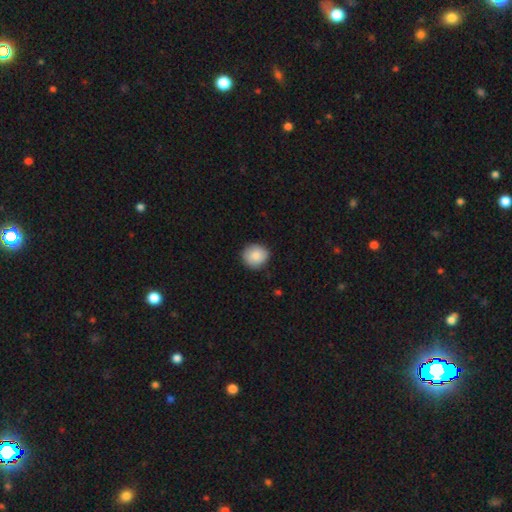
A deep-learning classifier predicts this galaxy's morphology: smooth_or_featured: smooth (p=0.87) [alt: star or artifact p=0.07]
how_rounded: round (p=0.88) [alt: in between p=0.11]
merging: none (p=0.88) [alt: minor disturbance p=0.09]